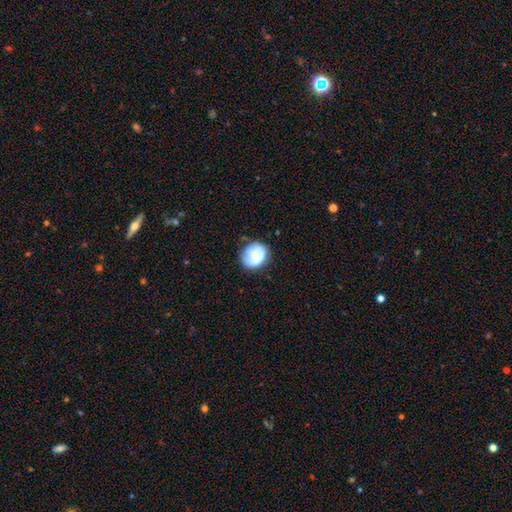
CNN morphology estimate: type=smooth (68%); roundness=round (76%); merging=none (69%).